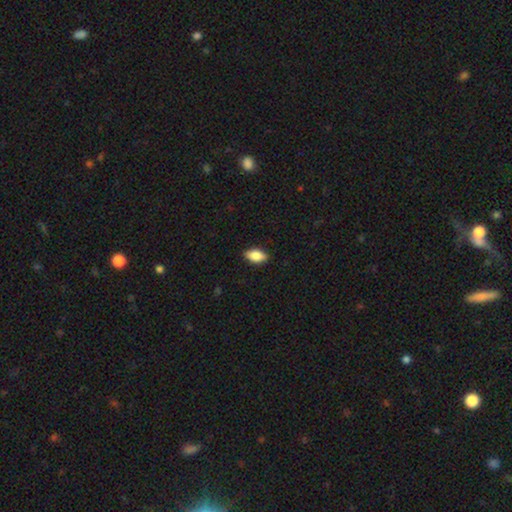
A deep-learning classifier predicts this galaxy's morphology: This is clearly a smooth galaxy (83%). How rounded: clearly in between (90%). Merging: clearly none (87%).